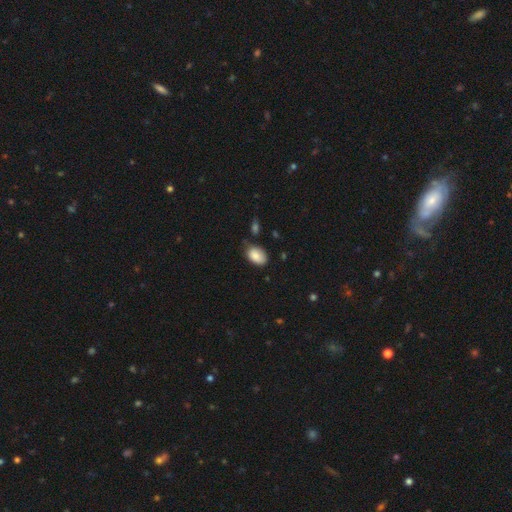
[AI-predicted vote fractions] The model was most divided on "merging": none: 65%, minor disturbance: 26%, major disturbance: 5%, merger: 4%. More confident: how rounded — in between (87%); smooth or featured — smooth (86%).